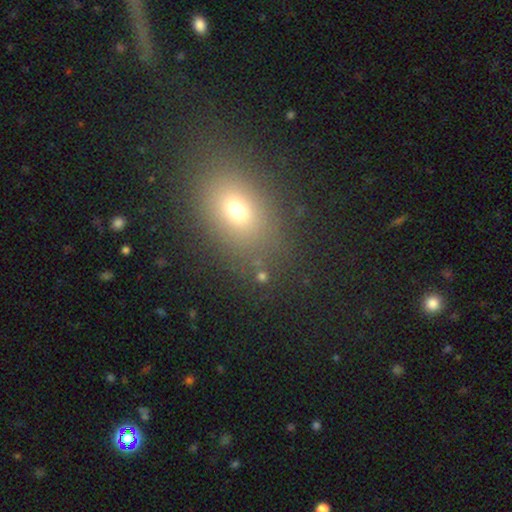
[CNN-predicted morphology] smooth-or-featured: smooth: 64% | star or artifact: 23% | featured or disk: 12%
  how-rounded: in between: 68% | round: 29% | cigar-shaped: 3%
  merging: none: 83% | minor disturbance: 10% | major disturbance: 5% | merger: 3%